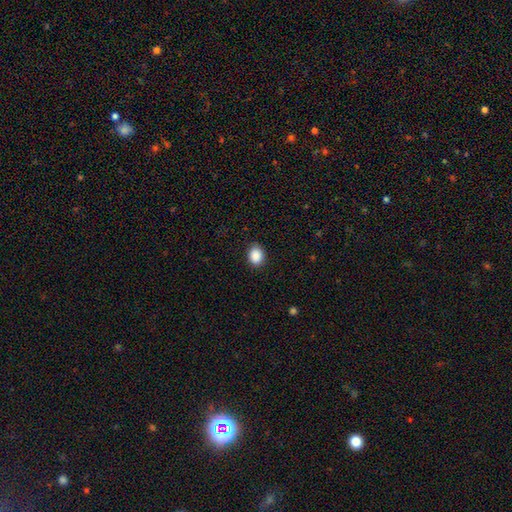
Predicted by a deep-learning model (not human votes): smooth_or_featured: smooth (p=0.89) [alt: star or artifact p=0.08]
how_rounded: in between (p=0.52) [alt: round p=0.48]
merging: none (p=0.87) [alt: minor disturbance p=0.10]